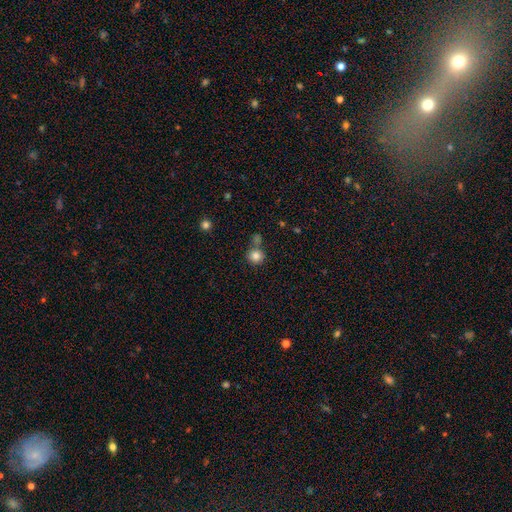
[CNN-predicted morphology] smooth-or-featured: smooth: 83% | star or artifact: 11% | featured or disk: 6%
  how-rounded: round: 92% | in between: 7% | cigar-shaped: 1%
  merging: none: 66% | merger: 21% | minor disturbance: 10% | major disturbance: 3%